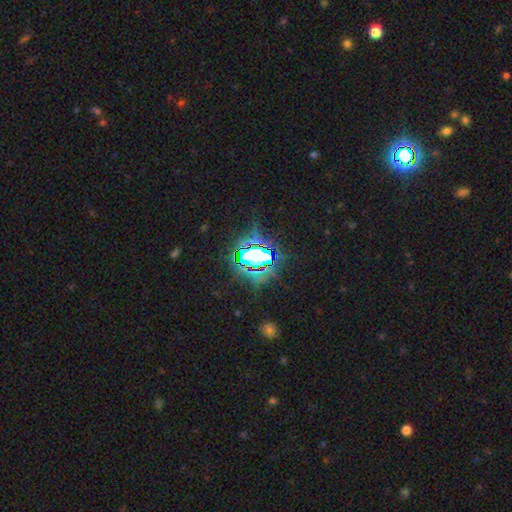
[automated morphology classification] smooth_or_featured: star or artifact (p=0.75) [alt: smooth p=0.14]